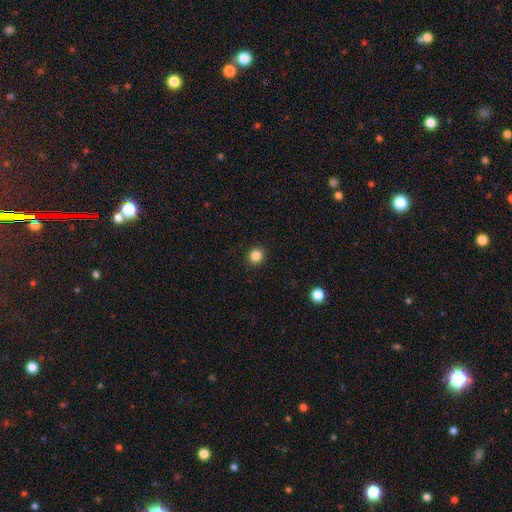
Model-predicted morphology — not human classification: A smooth galaxy with no disk features (85%) that is round (89%).

Vote fractions:
- Smooth or featured? smooth: 85% / star or artifact: 11% / featured or disk: 4%
- How rounded? round: 89% / in between: 11% / cigar-shaped: 1%
- Merging? none: 92% / minor disturbance: 5% / major disturbance: 2% / merger: 1%